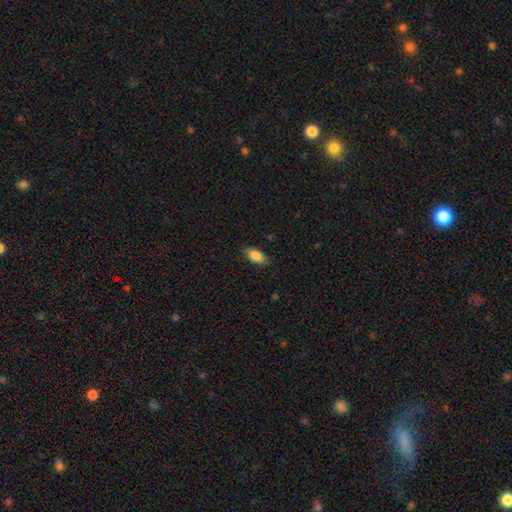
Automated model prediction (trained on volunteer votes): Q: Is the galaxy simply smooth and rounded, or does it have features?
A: smooth — 86%.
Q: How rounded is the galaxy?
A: in between — 90%.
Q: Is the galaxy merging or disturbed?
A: none — 84%.